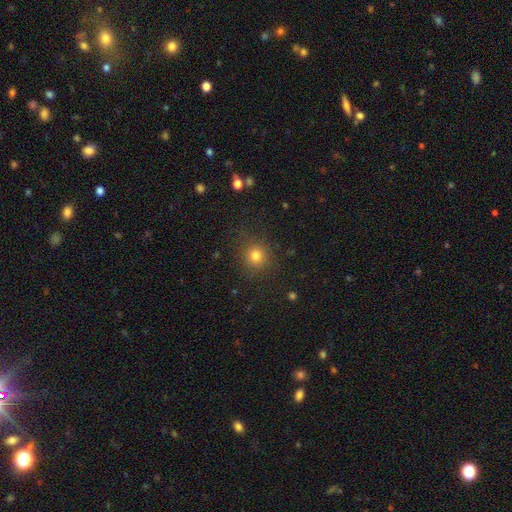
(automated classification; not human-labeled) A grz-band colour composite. It shows a smooth galaxy with no disk features (79%) that is round (90%). Merging: none (87%).